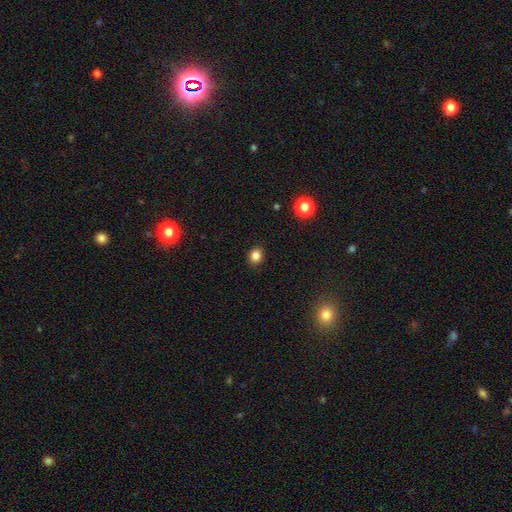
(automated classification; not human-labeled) Smooth or featured?
  - smooth: 84% *
  - star or artifact: 12%
  - featured or disk: 4%
How rounded?
  - round: 67% *
  - in between: 33%
  - cigar-shaped: 1%
Merging?
  - none: 90% *
  - minor disturbance: 7%
  - major disturbance: 2%
  - merger: 1%